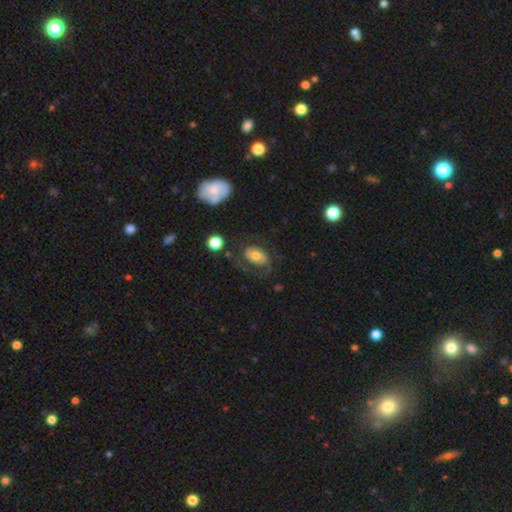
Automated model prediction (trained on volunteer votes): Smooth or featured? Predicted: featured or disk (p=0.63). Edge-on disk? Predicted: no (p=0.96). Bar? Predicted: no (p=0.58). Spiral arms? Predicted: yes (p=0.78). Bulge size? Predicted: moderate (p=0.64). Merging? Predicted: none (p=0.51).